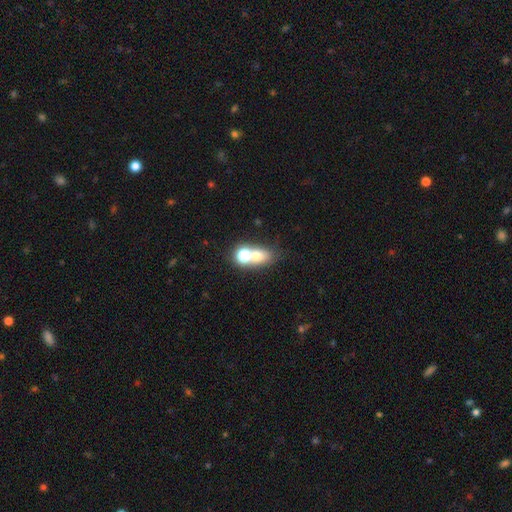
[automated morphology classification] Smooth or featured? Predicted: smooth (p=0.65). How rounded? Predicted: in between (p=0.55). Merging? Predicted: merger (p=0.49).